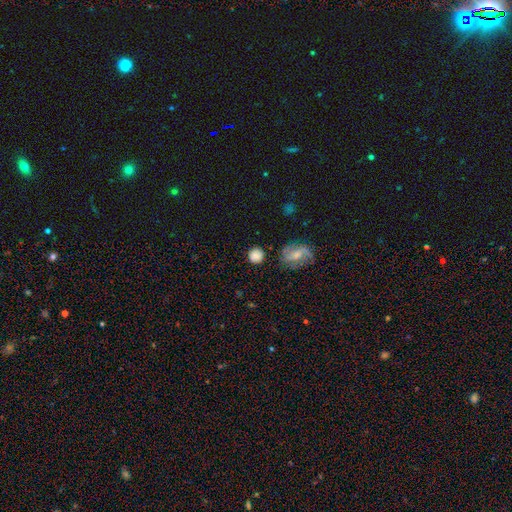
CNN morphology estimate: A smooth galaxy with no disk features (80%) that is round (89%). Merging: none (81%).